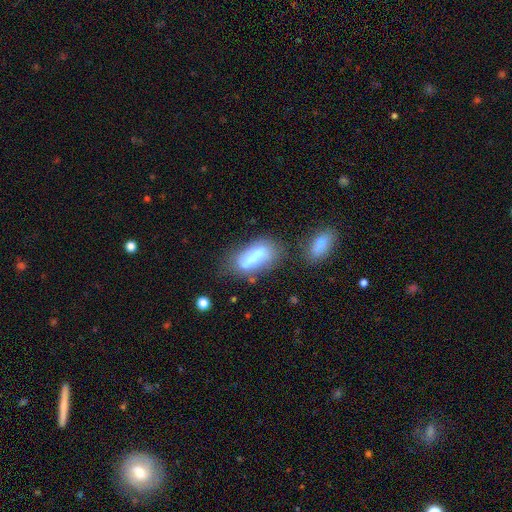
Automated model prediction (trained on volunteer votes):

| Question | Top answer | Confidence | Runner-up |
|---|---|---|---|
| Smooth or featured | smooth | 71% | featured or disk (20%) |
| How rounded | in between | 79% | cigar-shaped (18%) |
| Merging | none | 49% | minor disturbance (24%) |